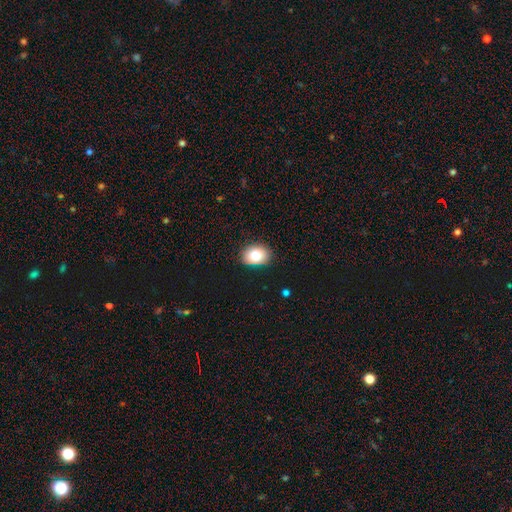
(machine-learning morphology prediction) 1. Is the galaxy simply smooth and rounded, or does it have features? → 81% smooth, 10% featured or disk, 9% star or artifact.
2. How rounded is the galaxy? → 69% in between, 30% round, 1% cigar-shaped.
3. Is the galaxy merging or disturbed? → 86% none, 10% minor disturbance, 2% major disturbance, 1% merger.